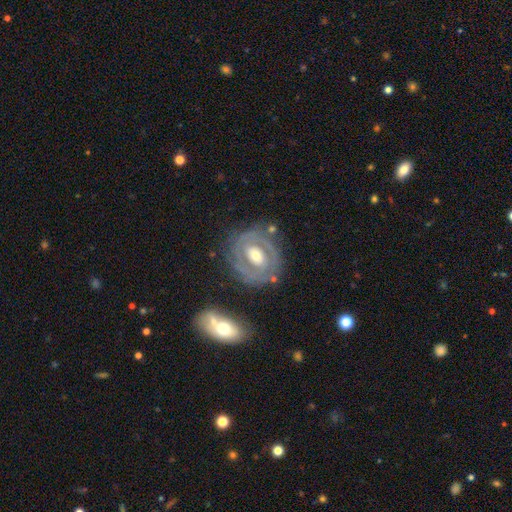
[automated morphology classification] featured or disk 78%, smooth 16%, star or artifact 5%. Down the decision tree: edge-on disk — no (96%); bar — no (51%); spiral arms — yes (68%); spiral arm count — 2 (43%); spiral winding — tight (69%); bulge size — moderate (65%); merging — none (72%).